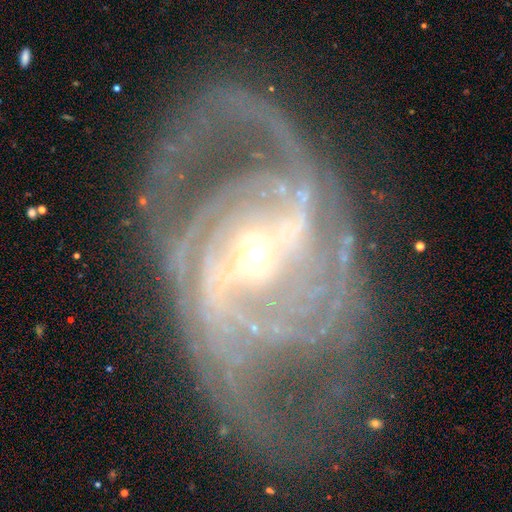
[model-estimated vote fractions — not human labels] smooth-or-featured: featured or disk: 91% | star or artifact: 5% | smooth: 4%
  disk-edge-on: no: 96% | yes: 4%
    bar: strong: 45% | weak: 36% | no: 19%
    has-spiral-arms: yes: 96% | no: 4%
      spiral-winding: medium: 44% | tight: 42% | loose: 14%
      spiral-arm-count: 2: 52% | can't tell: 16% | 3: 14% | 4: 7% | 1: 5% | more than 4: 5%
    bulge-size: small: 57% | moderate: 38% | large: 3% | none: 1% | dominant: 1%
  merging: none: 63% | minor disturbance: 18% | major disturbance: 17% | merger: 2%